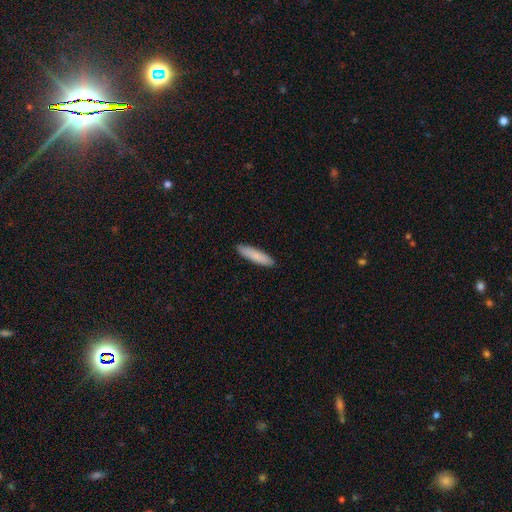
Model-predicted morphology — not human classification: This appears to be a smooth galaxy with no disk features (85%) that is cigar-shaped (79%). Merging: none (91%).